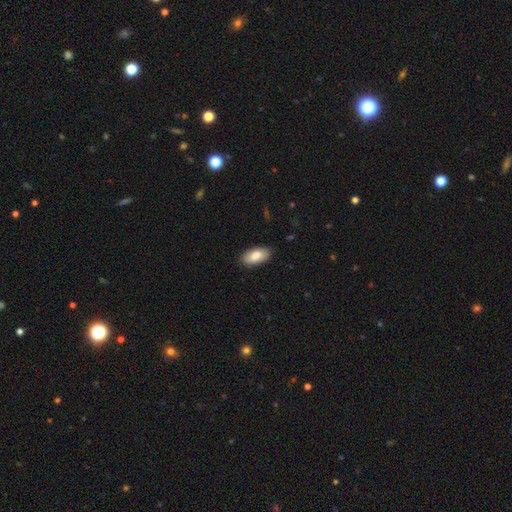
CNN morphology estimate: Overall: smooth (84%). How rounded: in between (93%). Merging: none (86%).